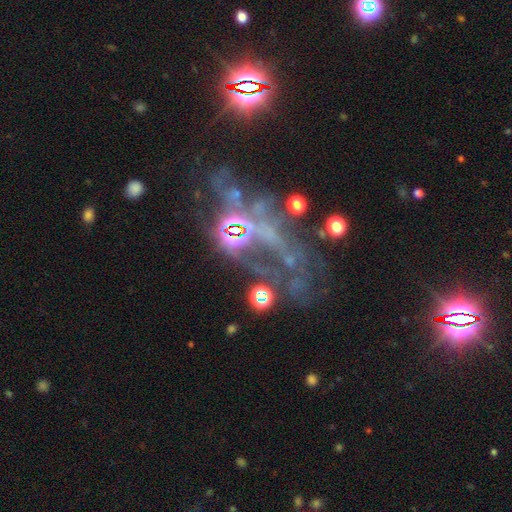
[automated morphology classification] Smooth or featured?
  - featured or disk: 48% *
  - star or artifact: 40%
  - smooth: 13%
Merging?
  - major disturbance: 41% *
  - none: 28%
  - merger: 19%
  - minor disturbance: 12%